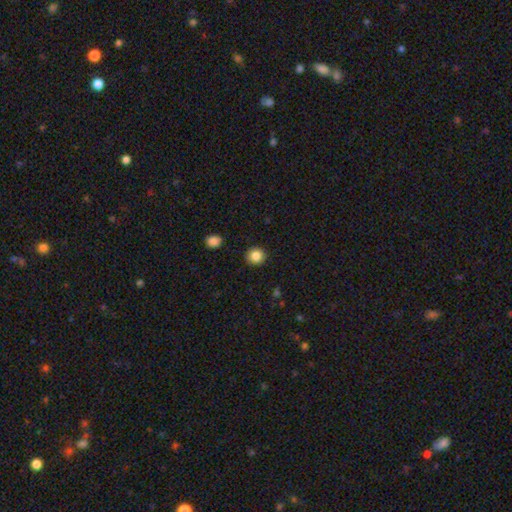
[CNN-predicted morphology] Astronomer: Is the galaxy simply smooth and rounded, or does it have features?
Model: smooth — 85%.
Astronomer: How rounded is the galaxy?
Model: round — 86%.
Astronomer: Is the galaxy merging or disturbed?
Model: none — 91%.